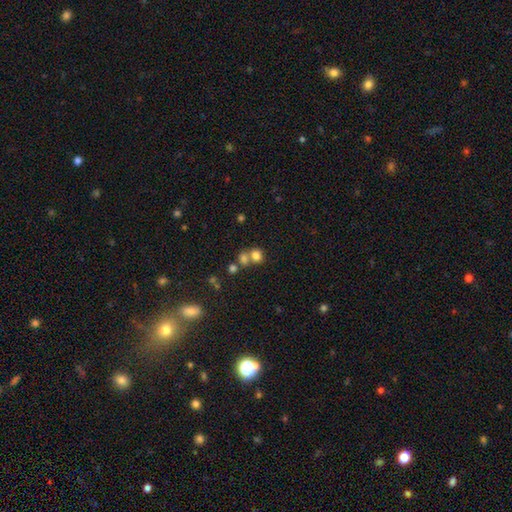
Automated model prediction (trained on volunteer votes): Smooth or featured?
  - smooth: 76% *
  - star or artifact: 14%
  - featured or disk: 10%
How rounded?
  - round: 70% *
  - in between: 29%
  - cigar-shaped: 1%
Merging?
  - merger: 44% *
  - none: 43%
  - minor disturbance: 8%
  - major disturbance: 4%